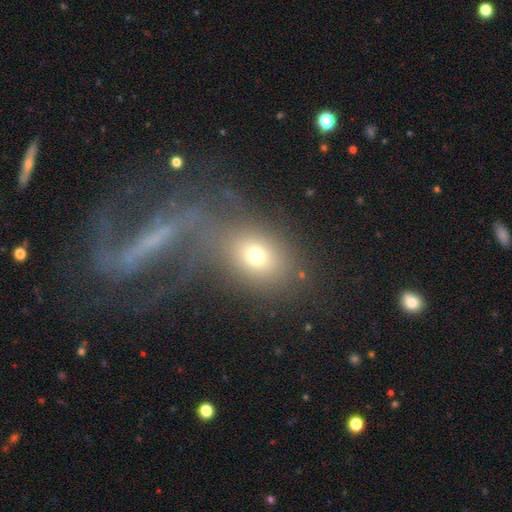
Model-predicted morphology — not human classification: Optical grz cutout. It shows a smooth galaxy with no disk features (61%) that is in between round and cigar-shaped (60%). Merging: merger (37%, tied with none).